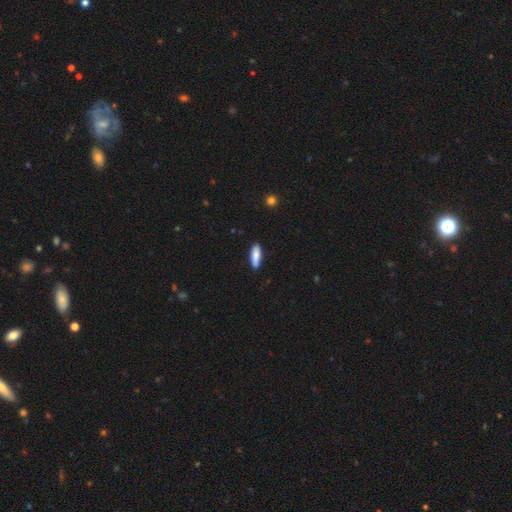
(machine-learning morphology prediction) Q: Smooth or featured?
A: smooth (84%); runner-up: featured or disk (10%)
Q: How rounded?
A: in between (55%); runner-up: cigar-shaped (43%)
Q: Merging?
A: none (85%); runner-up: minor disturbance (12%)